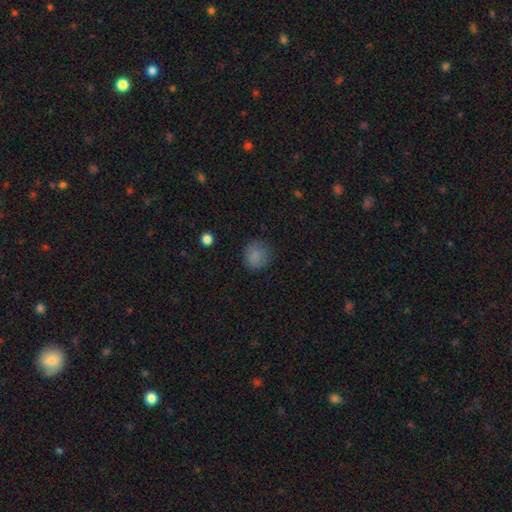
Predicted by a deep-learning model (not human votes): smooth_or_featured: smooth (p=0.83) [alt: star or artifact p=0.11]
how_rounded: round (p=0.88) [alt: in between p=0.11]
merging: none (p=0.80) [alt: minor disturbance p=0.14]